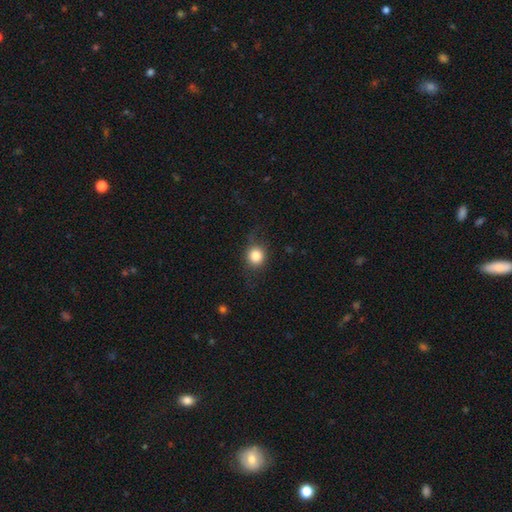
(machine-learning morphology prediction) smooth 80%, star or artifact 10%, featured or disk 10%. Down the decision tree: how rounded — round (82%); merging — none (74%).